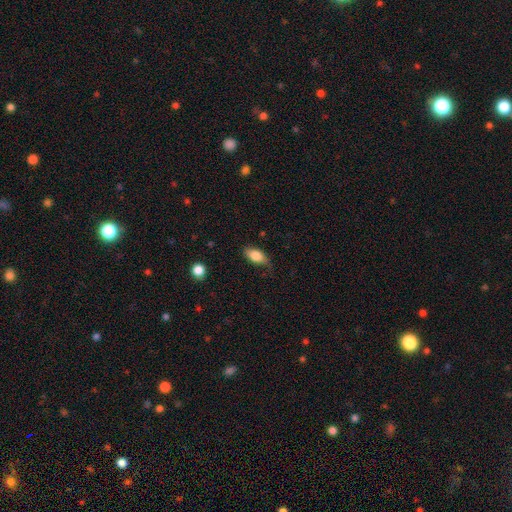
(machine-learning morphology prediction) smooth 81%, featured or disk 12%, star or artifact 7%. Down the decision tree: how rounded — in between (90%); merging — none (63%).